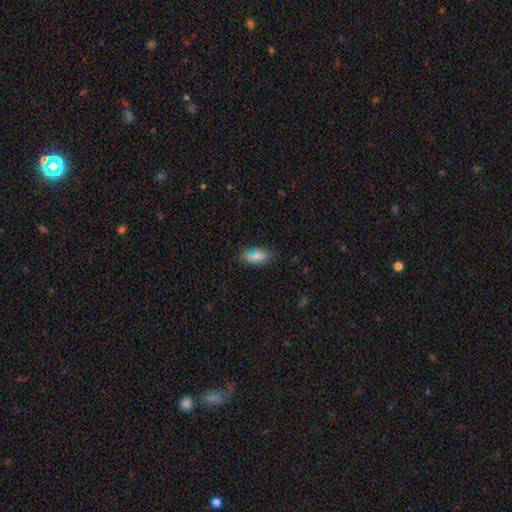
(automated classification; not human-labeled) smooth 77%, star or artifact 15%, featured or disk 8%. Down the decision tree: how rounded — in between (88%); merging — none (78%).